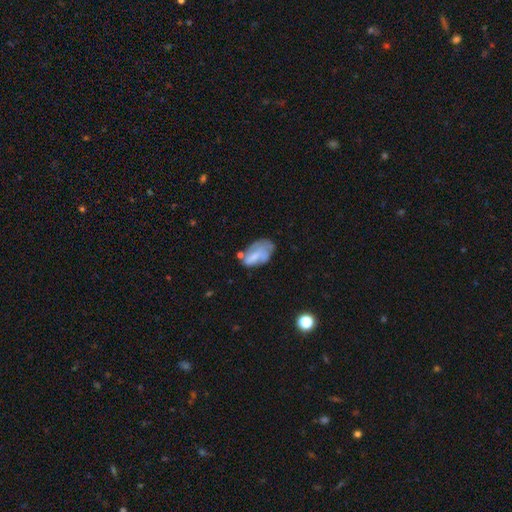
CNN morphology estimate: Q: Smooth or featured?
A: smooth (54%); runner-up: featured or disk (38%)
Q: How rounded?
A: in between (90%); runner-up: round (6%)
Q: Merging?
A: none (35%); runner-up: minor disturbance (32%)